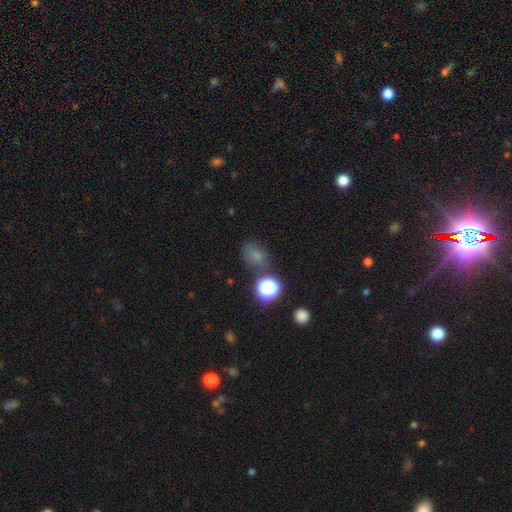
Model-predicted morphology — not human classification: type=smooth (67%); roundness=in between (59%); merging=none (61%).